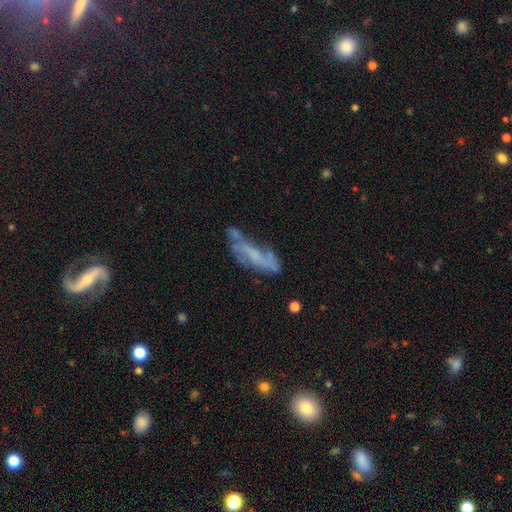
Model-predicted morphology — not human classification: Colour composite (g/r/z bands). It shows a featured or disk galaxy (59%). Merging: none (40%).